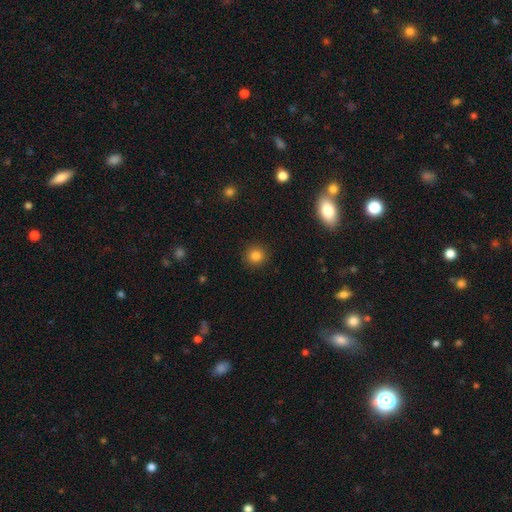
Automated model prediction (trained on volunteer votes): smooth_or_featured: smooth (p=0.83) [alt: star or artifact p=0.12]
how_rounded: round (p=0.93) [alt: in between p=0.06]
merging: none (p=0.91) [alt: minor disturbance p=0.06]